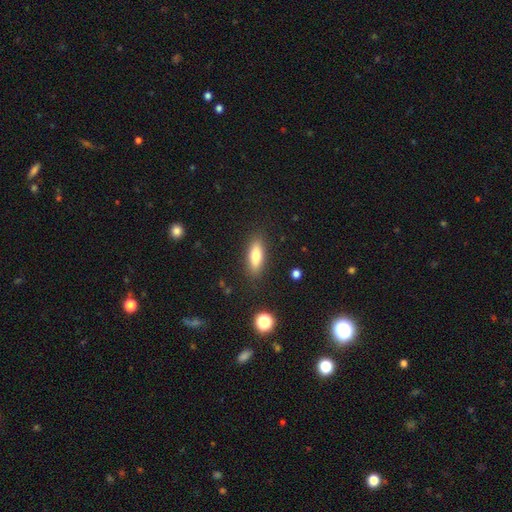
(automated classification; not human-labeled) Morphology: type=smooth (75%); roundness=in between (54%); merging=none (86%).